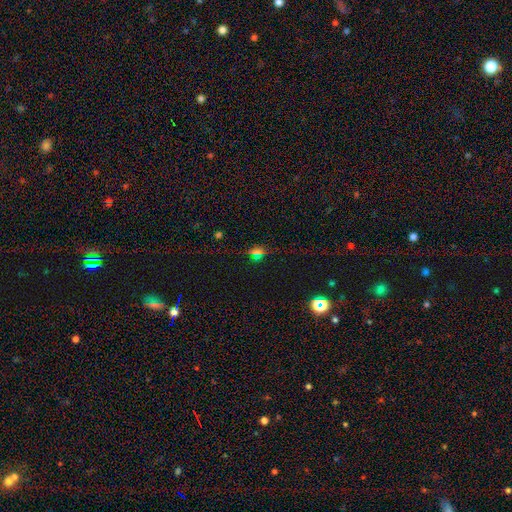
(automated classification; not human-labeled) Morphology: type=star or artifact (47%).